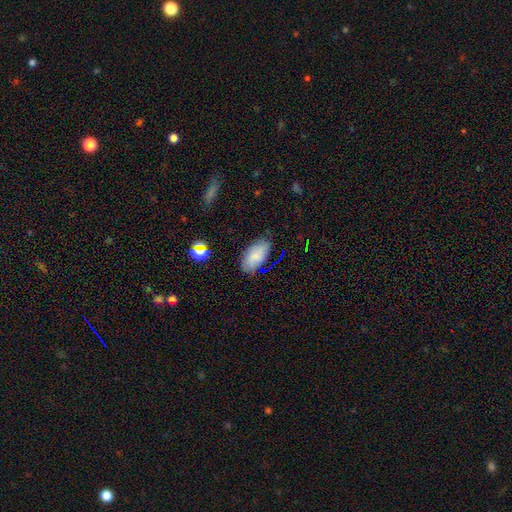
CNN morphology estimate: The model was most divided on "merging": none: 80%, minor disturbance: 15%, major disturbance: 3%, merger: 2%. More confident: how rounded — in between (94%); smooth or featured — smooth (81%).